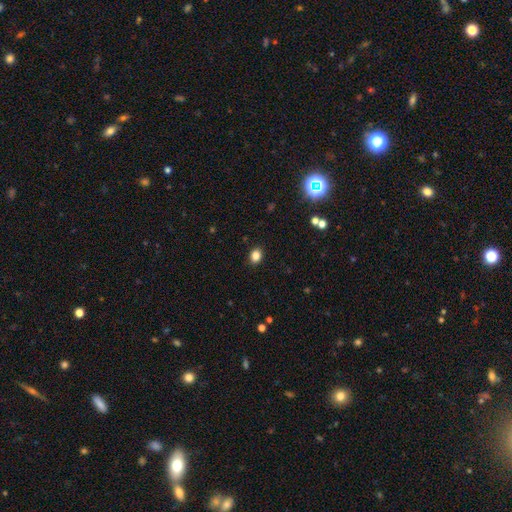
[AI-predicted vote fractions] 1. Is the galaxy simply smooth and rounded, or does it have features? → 85% smooth, 11% star or artifact, 4% featured or disk.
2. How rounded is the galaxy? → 55% in between, 44% round, 1% cigar-shaped.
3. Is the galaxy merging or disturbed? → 89% none, 8% minor disturbance, 2% major disturbance, 1% merger.